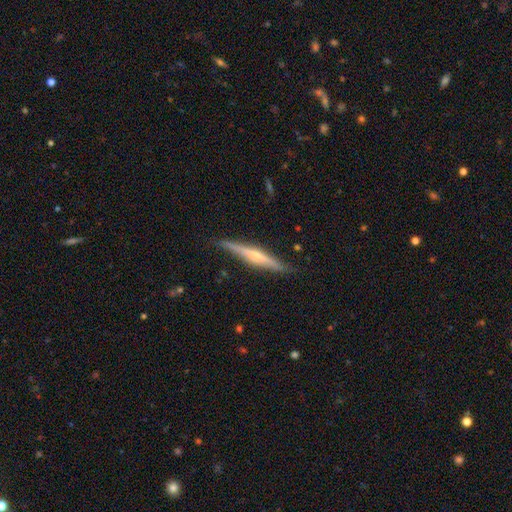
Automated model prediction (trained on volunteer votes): Morphology: type=featured or disk (67%); edge-on=yes (97%); edge-on bulge=rounded (59%); merging=none (87%).